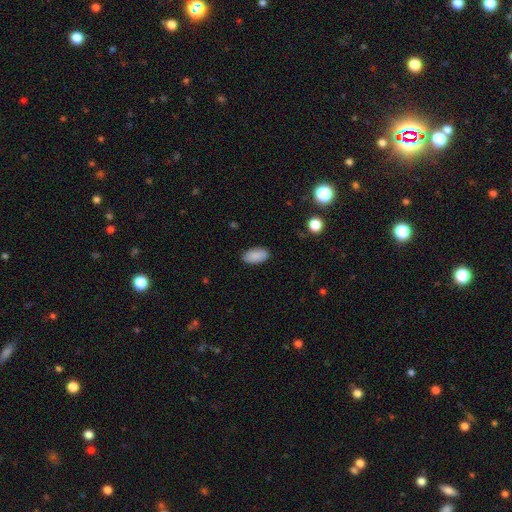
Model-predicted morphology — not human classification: type=smooth (89%); roundness=in between (94%); merging=none (88%).